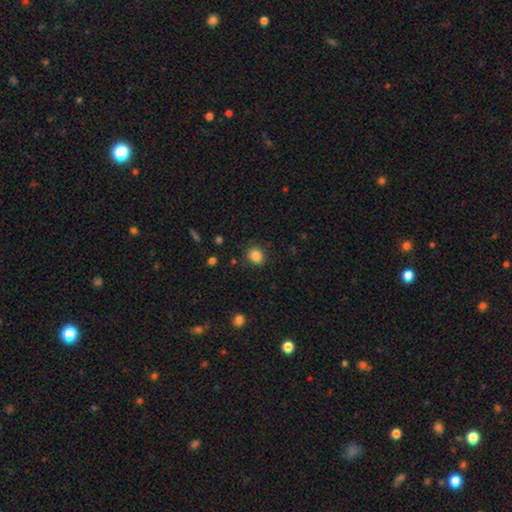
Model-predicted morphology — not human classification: Smooth or featured? smooth (86%)
How rounded? in between (50%)
Merging? none (83%)